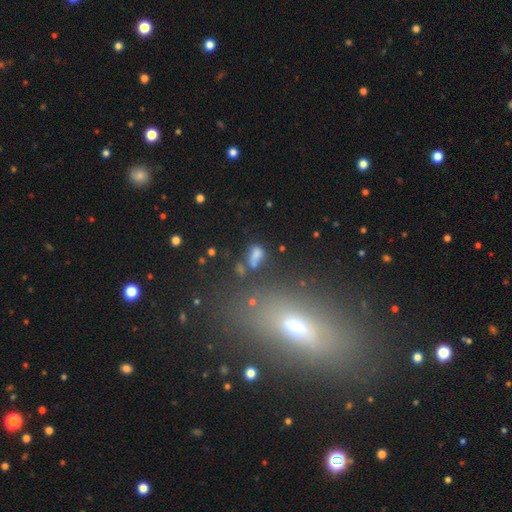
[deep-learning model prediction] Overall: smooth (66%). How rounded: in between (79%). Merging: none (40%; merger 22%).